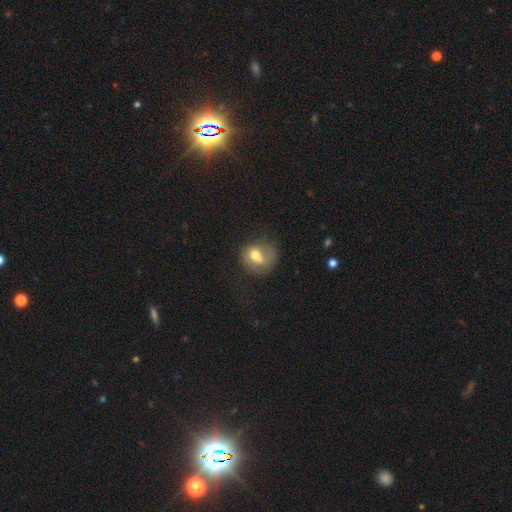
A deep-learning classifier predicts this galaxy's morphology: smooth-or-featured: smooth: 51% | featured or disk: 40% | star or artifact: 9%
  how-rounded: round: 63% | in between: 36% | cigar-shaped: 1%
  merging: none: 39% | minor disturbance: 22% | major disturbance: 22% | merger: 16%